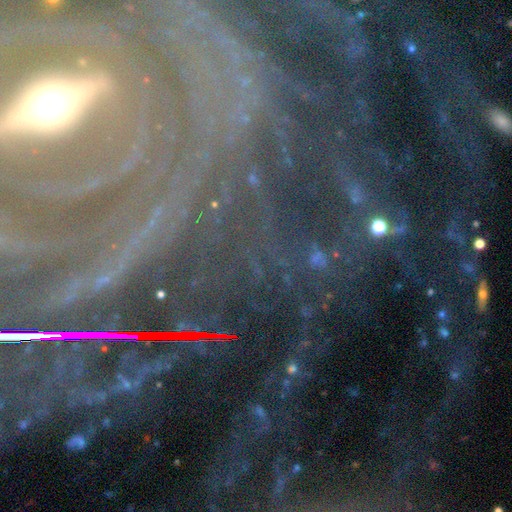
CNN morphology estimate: Smooth or featured? featured or disk (52%)
Edge-on disk? no (80%)
Merging? none (71%)